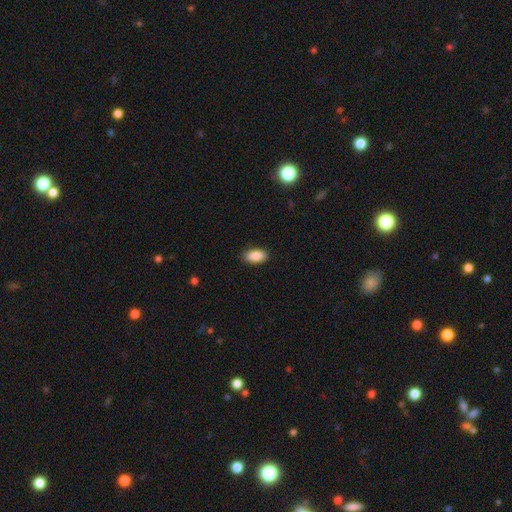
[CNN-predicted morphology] Smooth or featured? Predicted: smooth (p=0.89). How rounded? Predicted: in between (p=0.93). Merging? Predicted: none (p=0.87).